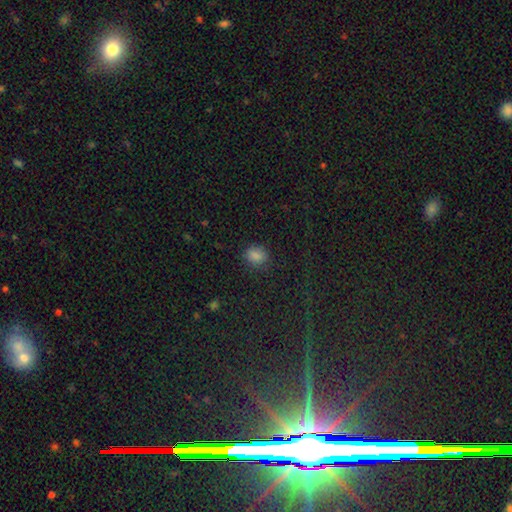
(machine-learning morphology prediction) smooth-or-featured: smooth: 81% | star or artifact: 14% | featured or disk: 5%
  how-rounded: round: 55% | in between: 44% | cigar-shaped: 1%
  merging: none: 80% | minor disturbance: 14% | major disturbance: 4% | merger: 1%